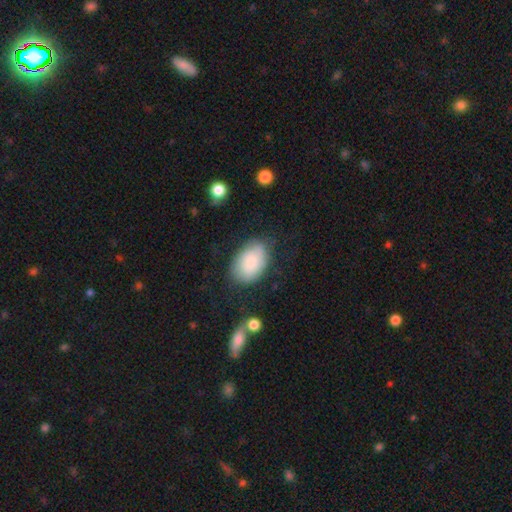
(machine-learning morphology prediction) type=smooth (80%); roundness=in between (90%); merging=none (71%).